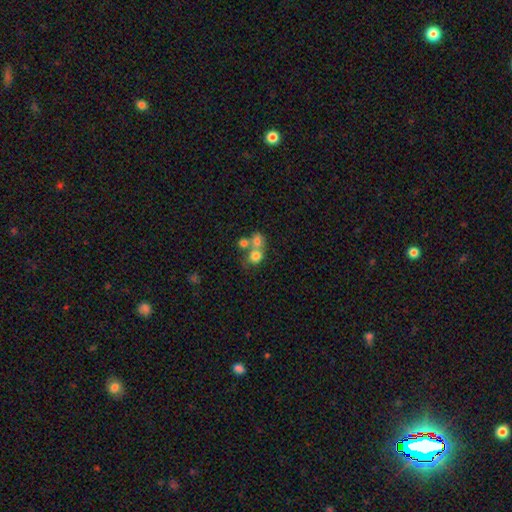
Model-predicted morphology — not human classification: Smooth or featured? Predicted: smooth (p=0.71). How rounded? Predicted: round (p=0.73). Merging? Predicted: merger (p=0.58).